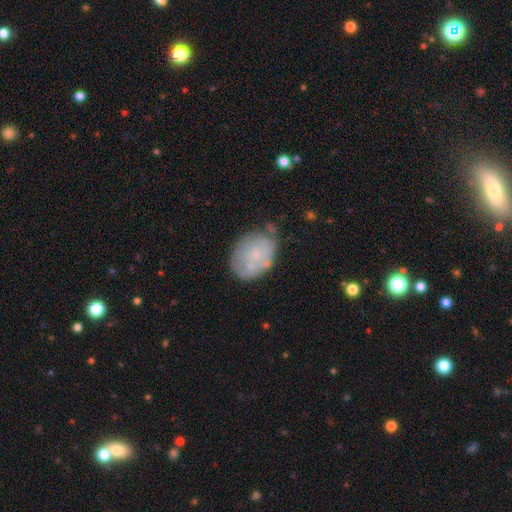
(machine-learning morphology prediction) Smooth or featured?
  - featured or disk: 50% *
  - smooth: 43%
  - star or artifact: 8%
Merging?
  - none: 49% *
  - minor disturbance: 32%
  - major disturbance: 11%
  - merger: 8%